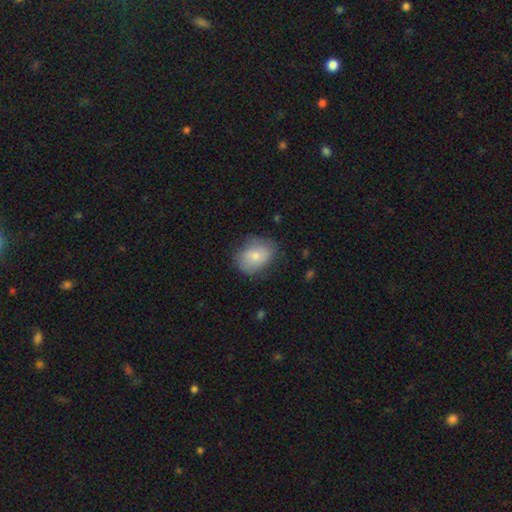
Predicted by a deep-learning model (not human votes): Overall: smooth (75%). How rounded: in between (61%; round 38%). Merging: none (67%).